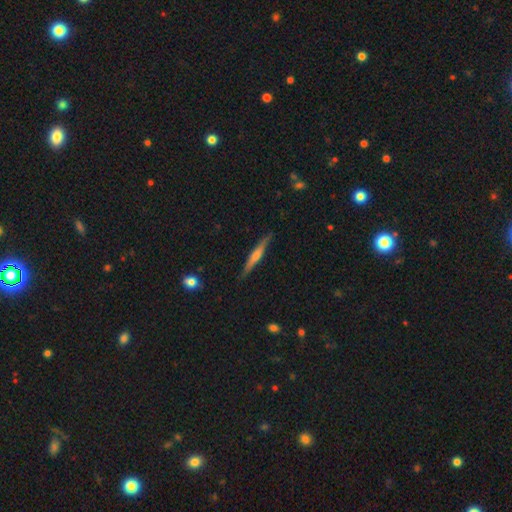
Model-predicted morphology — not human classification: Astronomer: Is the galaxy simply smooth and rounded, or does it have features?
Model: featured or disk — 64%.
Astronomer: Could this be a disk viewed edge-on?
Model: yes — 97%.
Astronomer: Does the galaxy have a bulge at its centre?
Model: rounded — 64%.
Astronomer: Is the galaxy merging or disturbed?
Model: none — 87%.